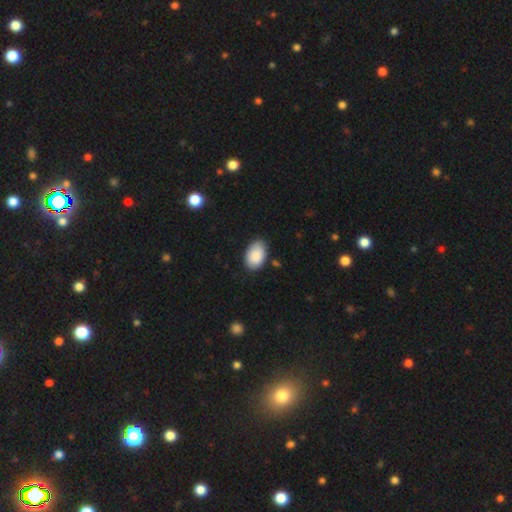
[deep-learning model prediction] Q: Smooth or featured?
A: smooth (89%); runner-up: star or artifact (6%)
Q: How rounded?
A: in between (91%); runner-up: round (8%)
Q: Merging?
A: none (81%); runner-up: minor disturbance (15%)